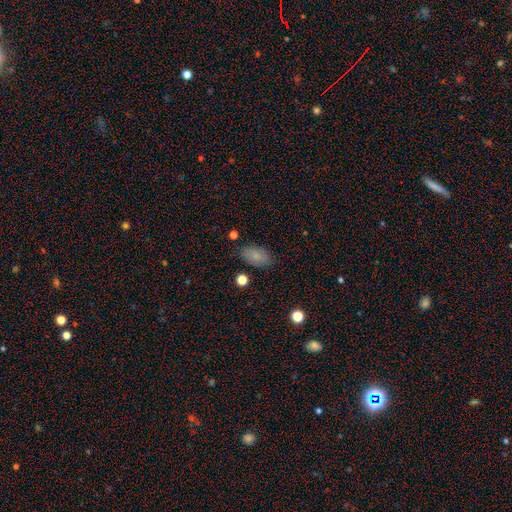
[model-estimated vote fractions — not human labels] smooth 81%, featured or disk 10%, star or artifact 9%. Down the decision tree: how rounded — in between (91%); merging — none (80%).